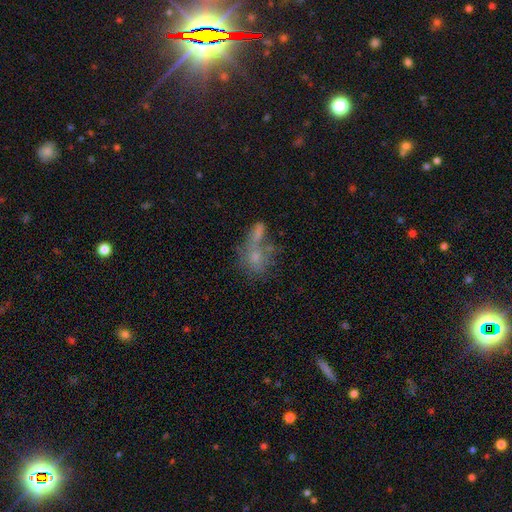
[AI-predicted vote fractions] Smooth or featured?
  - smooth: 60% *
  - featured or disk: 25%
  - star or artifact: 15%
How rounded?
  - in between: 52% *
  - round: 44%
  - cigar-shaped: 4%
Merging?
  - merger: 41% *
  - none: 33%
  - minor disturbance: 13%
  - major disturbance: 12%